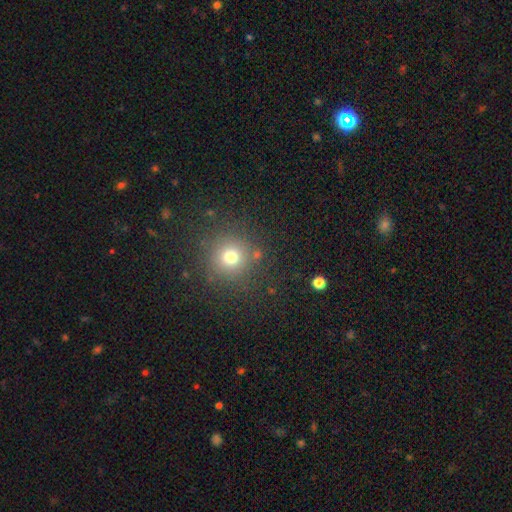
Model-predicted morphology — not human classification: Smooth or featured? smooth (68%)
How rounded? round (94%)
Merging? none (88%)